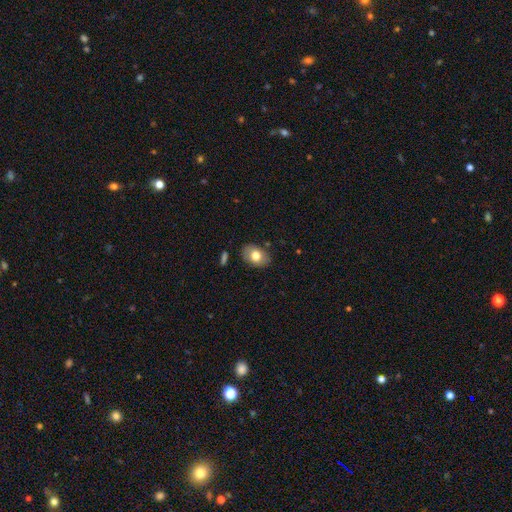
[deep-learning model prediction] A smooth galaxy with no disk features (72%) that is in between round and cigar-shaped (81%).

Vote fractions:
- Smooth or featured? smooth: 72% / featured or disk: 20% / star or artifact: 8%
- How rounded? in between: 81% / round: 18% / cigar-shaped: 1%
- Merging? none: 82% / minor disturbance: 13% / major disturbance: 3% / merger: 2%